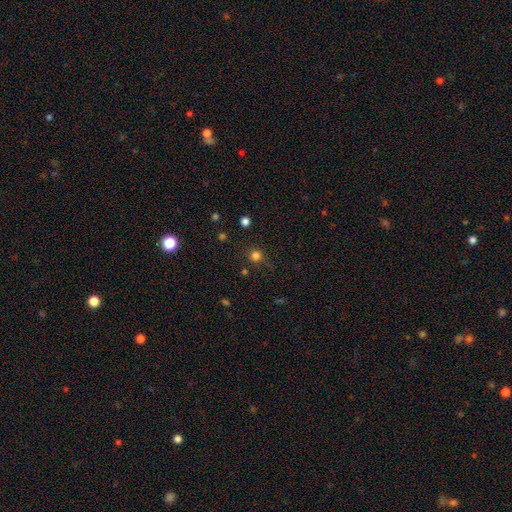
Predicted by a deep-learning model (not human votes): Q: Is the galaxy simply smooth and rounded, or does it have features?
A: smooth — 77%.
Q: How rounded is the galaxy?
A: round — 94%.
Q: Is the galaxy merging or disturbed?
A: none — 83%.